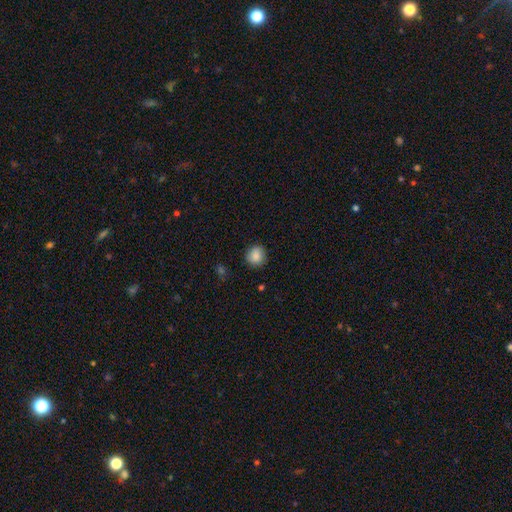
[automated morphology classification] This appears to be a smooth galaxy with no disk features (87%) that is round (86%). Merging: none (86%).